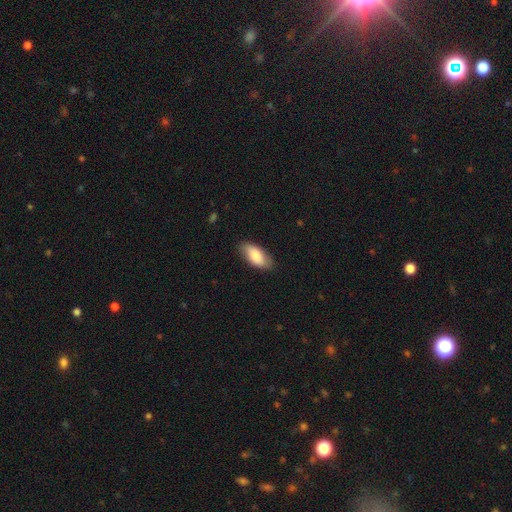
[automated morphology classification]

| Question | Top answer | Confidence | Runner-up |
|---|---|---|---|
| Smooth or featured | smooth | 81% | featured or disk (14%) |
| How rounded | in between | 91% | cigar-shaped (7%) |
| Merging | none | 83% | minor disturbance (13%) |